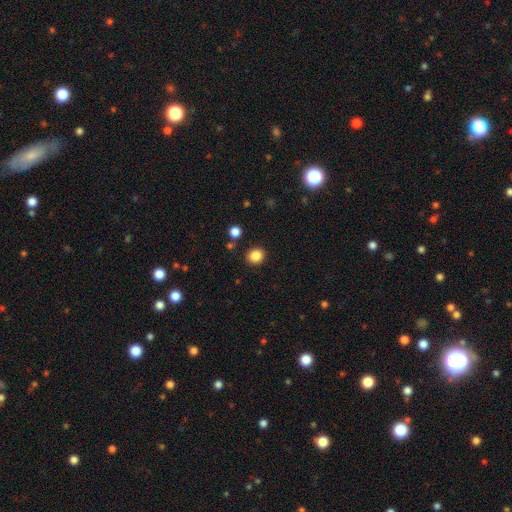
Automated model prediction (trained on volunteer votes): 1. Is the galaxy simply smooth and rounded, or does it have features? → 86% smooth, 11% star or artifact, 4% featured or disk.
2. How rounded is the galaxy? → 79% round, 20% in between, 1% cigar-shaped.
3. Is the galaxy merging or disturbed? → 89% none, 7% minor disturbance, 3% merger, 2% major disturbance.